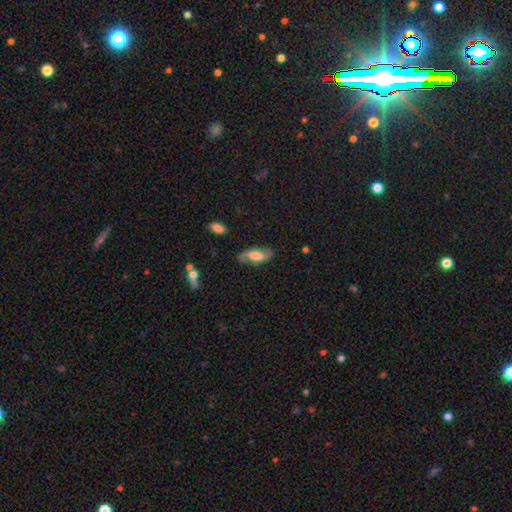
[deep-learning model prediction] smooth-or-featured: featured or disk: 55% | smooth: 38% | star or artifact: 7%
  disk-edge-on: no: 87% | yes: 13%
  merging: none: 77% | minor disturbance: 17% | major disturbance: 5% | merger: 2%